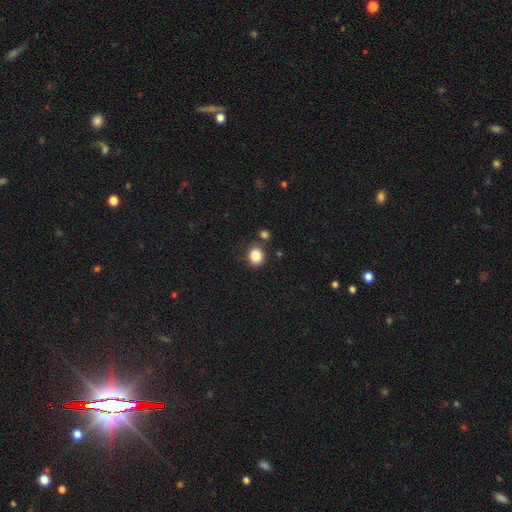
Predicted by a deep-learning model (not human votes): Smooth or featured? smooth (86%)
How rounded? round (66%)
Merging? none (78%)